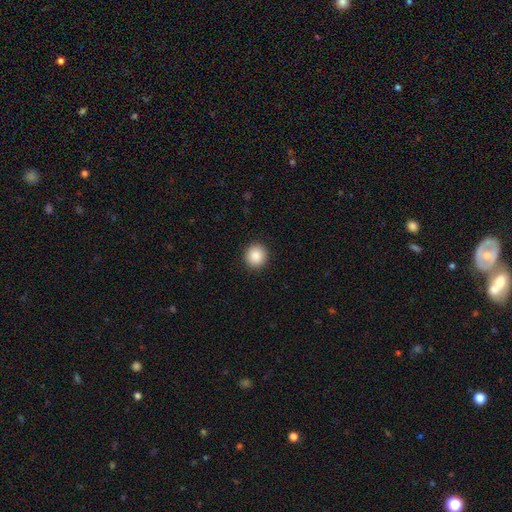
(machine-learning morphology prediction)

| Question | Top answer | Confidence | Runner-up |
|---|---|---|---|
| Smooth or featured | smooth | 88% | star or artifact (9%) |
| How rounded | round | 93% | in between (6%) |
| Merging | none | 92% | minor disturbance (5%) |